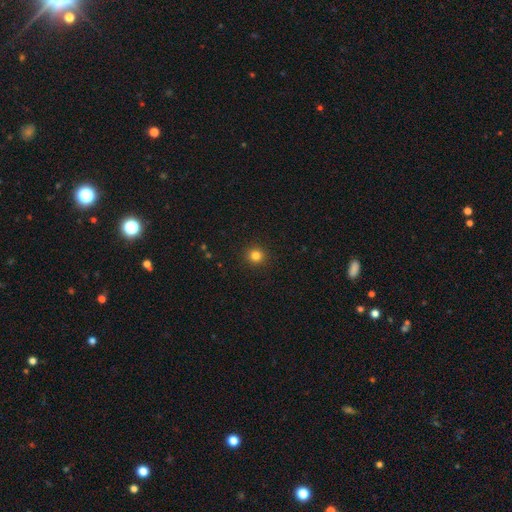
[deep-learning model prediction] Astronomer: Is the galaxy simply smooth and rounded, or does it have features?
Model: smooth — 82%.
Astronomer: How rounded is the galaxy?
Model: round — 94%.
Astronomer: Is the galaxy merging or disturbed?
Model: none — 93%.